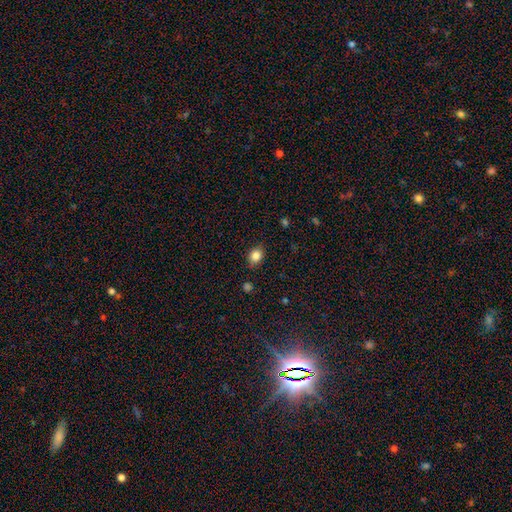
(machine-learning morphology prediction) smooth_or_featured: smooth (p=0.84) [alt: star or artifact p=0.10]
how_rounded: in between (p=0.53) [alt: round p=0.46]
merging: none (p=0.83) [alt: minor disturbance p=0.13]